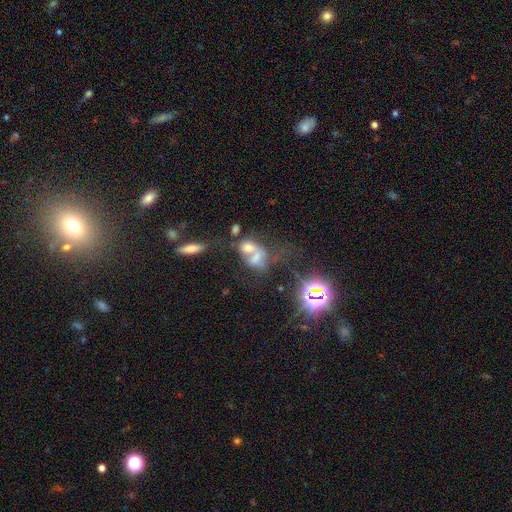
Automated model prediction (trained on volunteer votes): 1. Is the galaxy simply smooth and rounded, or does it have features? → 46% smooth, 30% featured or disk, 24% star or artifact.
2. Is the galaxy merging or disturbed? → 64% merger, 18% none, 10% major disturbance, 8% minor disturbance.